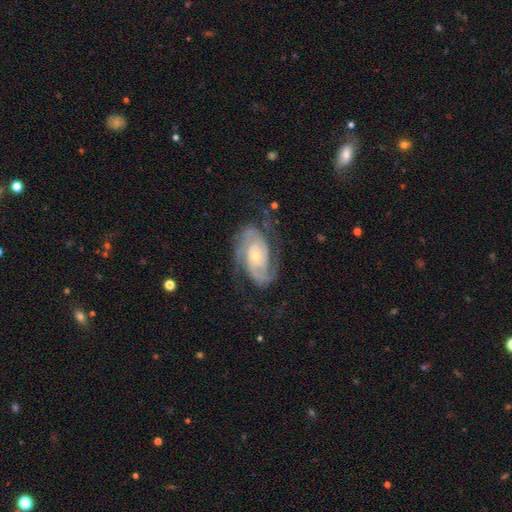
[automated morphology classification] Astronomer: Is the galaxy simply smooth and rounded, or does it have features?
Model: featured or disk — 90%.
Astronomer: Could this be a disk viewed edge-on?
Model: no — 97%.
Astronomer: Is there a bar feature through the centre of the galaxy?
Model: no — 67%.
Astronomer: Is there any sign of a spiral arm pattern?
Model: yes — 98%.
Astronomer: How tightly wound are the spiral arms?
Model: tight — 55% (runner-up: medium, 37%).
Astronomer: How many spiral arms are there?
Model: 2 — 79%.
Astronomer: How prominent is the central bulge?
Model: small — 61%.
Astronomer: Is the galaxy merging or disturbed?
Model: none — 71%.